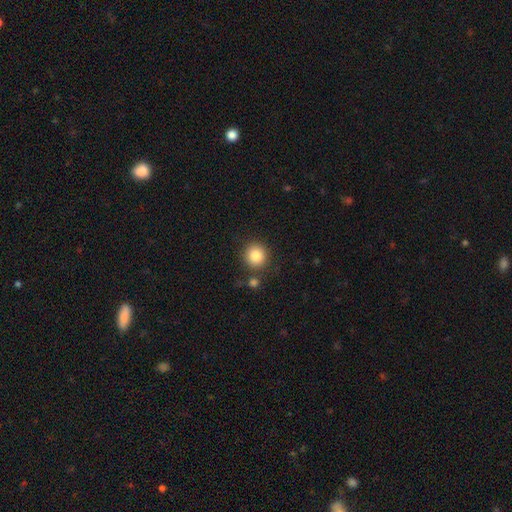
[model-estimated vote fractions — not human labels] smooth 85%, star or artifact 9%, featured or disk 5%. Down the decision tree: how rounded — round (92%); merging — none (80%).